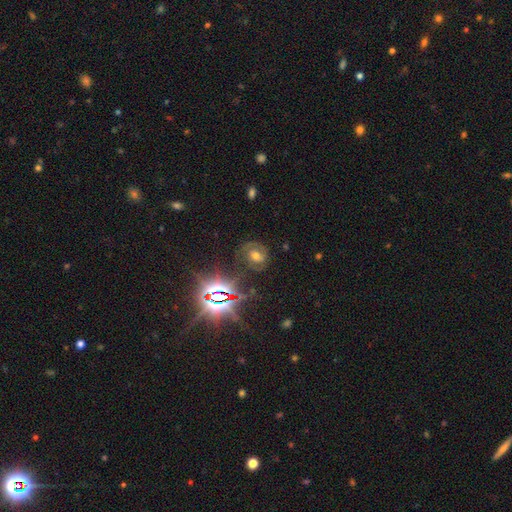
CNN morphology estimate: This appears to be a featured or disk galaxy (43%). Merging: none (72%).